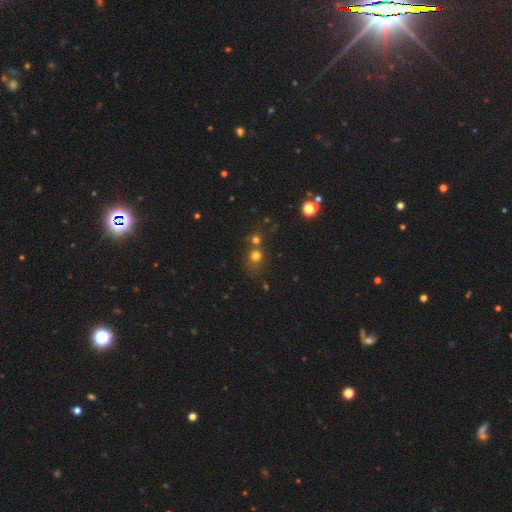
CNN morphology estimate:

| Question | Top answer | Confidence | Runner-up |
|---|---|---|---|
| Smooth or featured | smooth | 70% | star or artifact (21%) |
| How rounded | round | 80% | in between (19%) |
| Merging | none | 51% | merger (35%) |